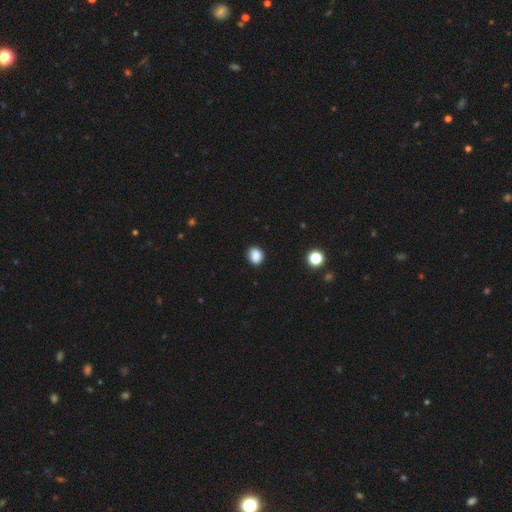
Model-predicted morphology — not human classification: Overall: smooth (87%). How rounded: round (66%; in between 33%). Merging: none (88%).